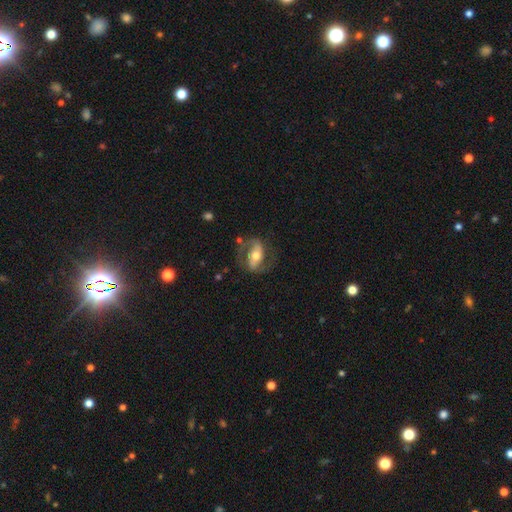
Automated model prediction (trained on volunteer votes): The model was most divided on "bar": strong: 42%, weak: 31%, no: 27%. More confident: edge-on disk — no (96%); spiral arms — yes (89%); spiral arm count — 2 (88%); smooth or featured — featured or disk (78%); merging — none (70%); bulge size — moderate (68%); spiral winding — medium (52%).